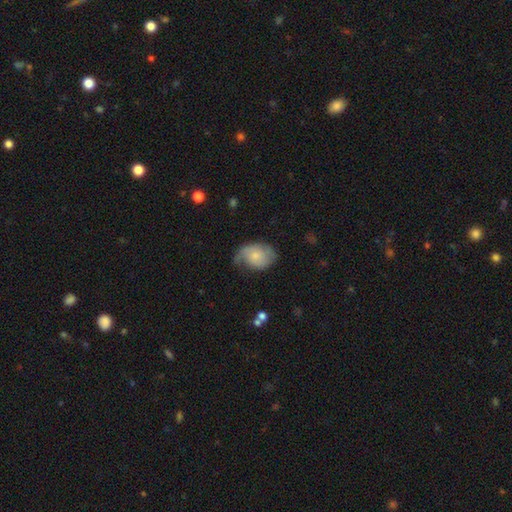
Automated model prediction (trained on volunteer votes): smooth 50%, featured or disk 43%, star or artifact 7%. Down the decision tree: how rounded — in between (74%); merging — none (42%).